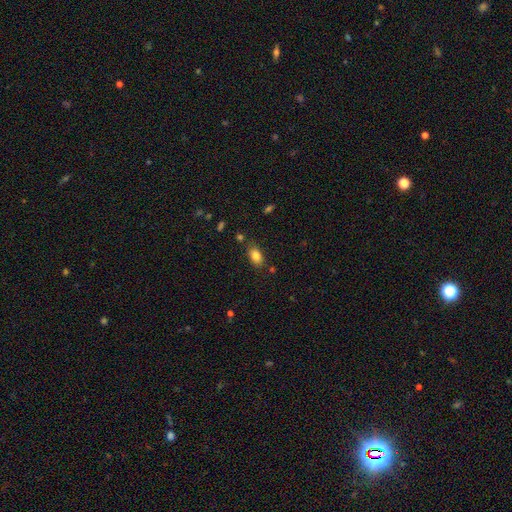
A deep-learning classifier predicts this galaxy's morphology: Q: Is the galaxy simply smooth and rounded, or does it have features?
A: smooth — 83%.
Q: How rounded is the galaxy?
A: in between — 87%.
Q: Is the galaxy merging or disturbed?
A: none — 79%.